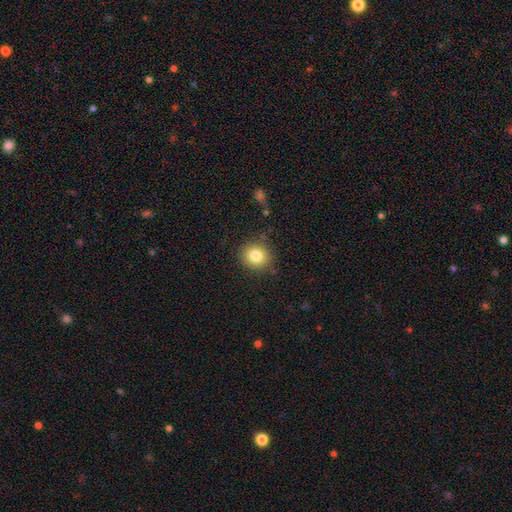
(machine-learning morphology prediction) This appears to be a smooth galaxy with no disk features (81%) that is round (84%). Merging: none (86%).